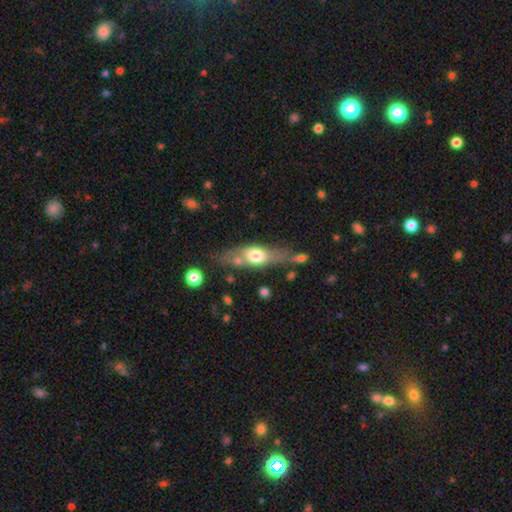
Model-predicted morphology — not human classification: Smooth or featured? smooth (51%)
How rounded? in between (56%)
Merging? none (52%)